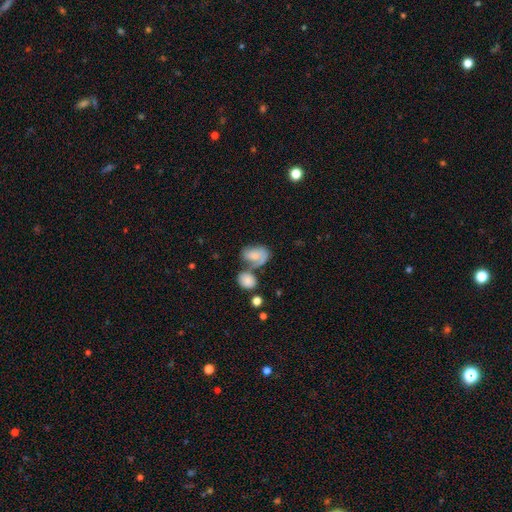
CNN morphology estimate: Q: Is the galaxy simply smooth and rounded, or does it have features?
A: smooth — 61%.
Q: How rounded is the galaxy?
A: in between — 84%.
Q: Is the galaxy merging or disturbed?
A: merger — 46%.